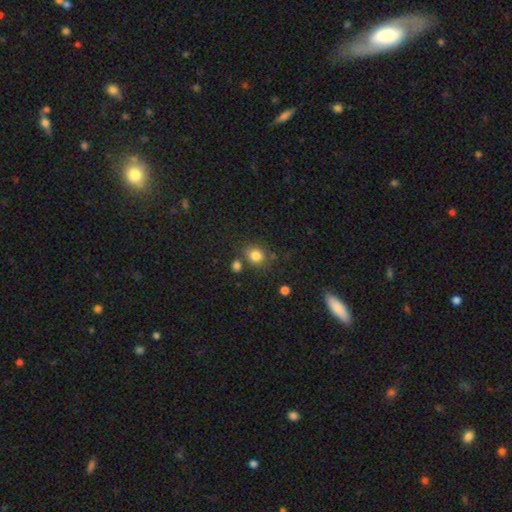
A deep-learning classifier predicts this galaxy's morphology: Smooth or featured: smooth — 81% (star or artifact — 12%)
How rounded: round — 74% (in between — 25%)
Merging: none — 70% (minor disturbance — 13%)